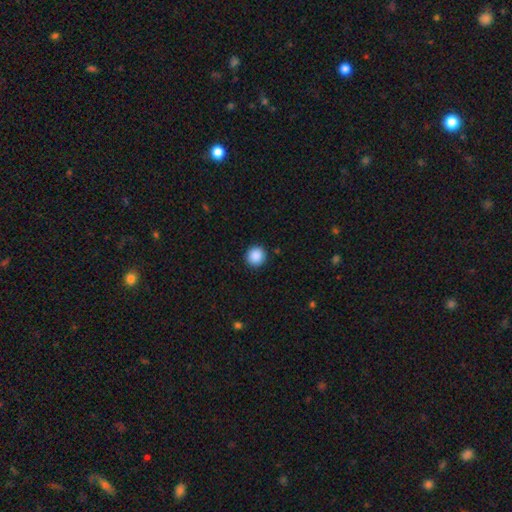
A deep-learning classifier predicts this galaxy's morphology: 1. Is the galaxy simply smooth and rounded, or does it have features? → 89% smooth, 9% star or artifact, 2% featured or disk.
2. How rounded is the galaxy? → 92% round, 7% in between, 1% cigar-shaped.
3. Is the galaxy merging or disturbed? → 92% none, 5% minor disturbance, 2% major disturbance, 1% merger.